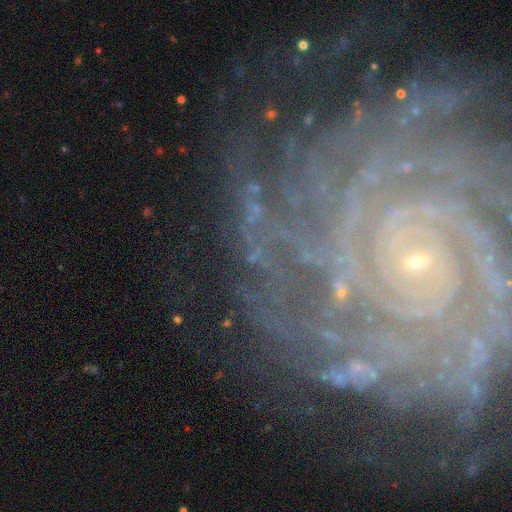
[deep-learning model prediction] This is possibly a featured or disk galaxy (48%). Merging: likely none (69%).